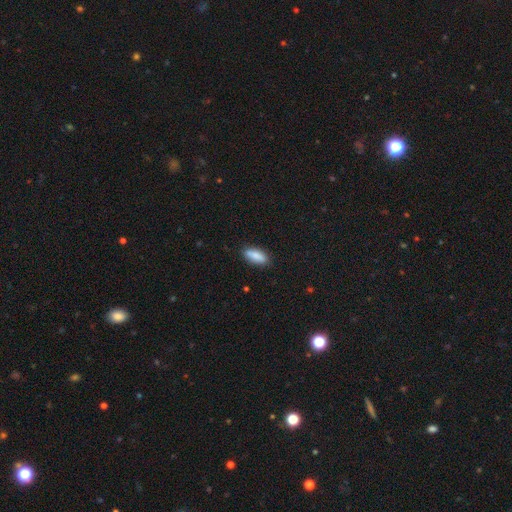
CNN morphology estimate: Smooth or featured? Predicted: smooth (p=0.85). How rounded? Predicted: in between (p=0.75). Merging? Predicted: none (p=0.83).